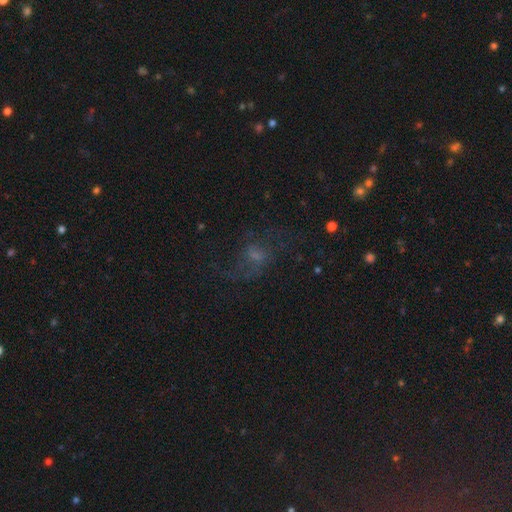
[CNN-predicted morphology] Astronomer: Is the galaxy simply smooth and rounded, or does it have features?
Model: featured or disk — 49% (runner-up: smooth, 31%).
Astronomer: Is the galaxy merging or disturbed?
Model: none — 47% (runner-up: major disturbance, 33%).